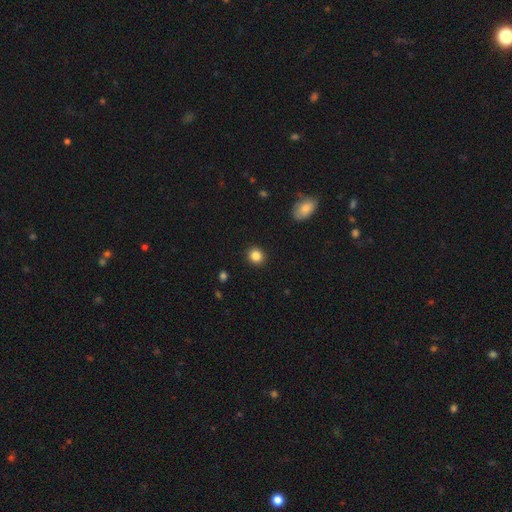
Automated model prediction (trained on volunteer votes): smooth-or-featured: smooth: 85% | star or artifact: 10% | featured or disk: 5%
  how-rounded: round: 84% | in between: 15% | cigar-shaped: 1%
  merging: none: 92% | minor disturbance: 5% | major disturbance: 2% | merger: 1%